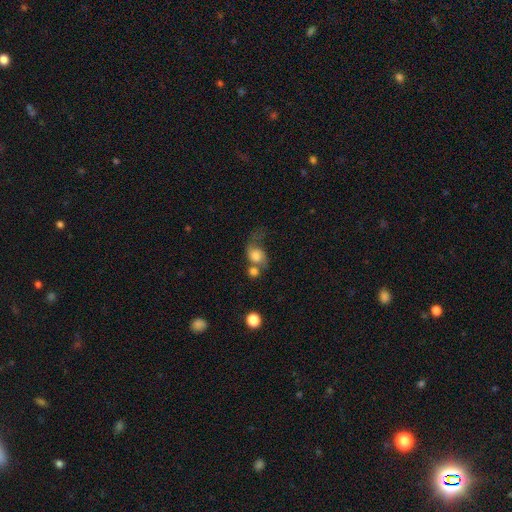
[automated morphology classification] smooth 57%, featured or disk 32%, star or artifact 11%. Down the decision tree: how rounded — round (53%); merging — merger (40%).